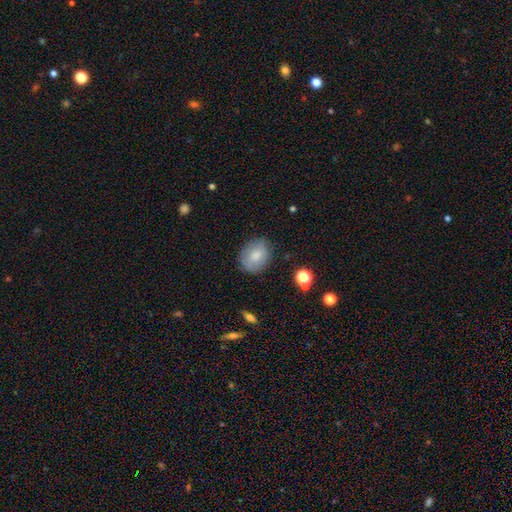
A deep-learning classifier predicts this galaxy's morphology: Smooth or featured: smooth — 76% (featured or disk — 16%)
How rounded: in between — 50% (round — 49%)
Merging: none — 77% (minor disturbance — 17%)